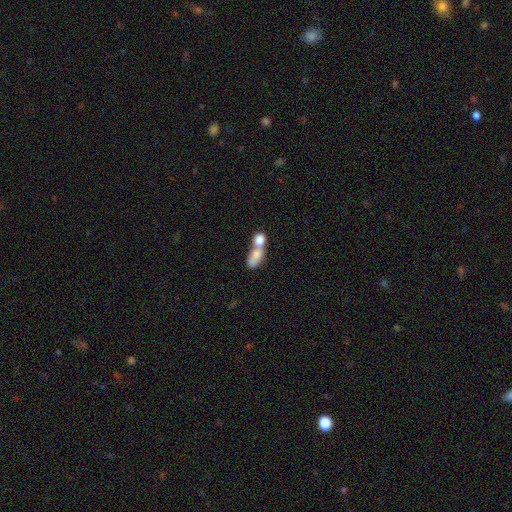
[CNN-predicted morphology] Smooth or featured?
  - smooth: 75% *
  - featured or disk: 17%
  - star or artifact: 8%
How rounded?
  - in between: 72% *
  - round: 18%
  - cigar-shaped: 9%
Merging?
  - merger: 74% *
  - none: 15%
  - minor disturbance: 6%
  - major disturbance: 5%